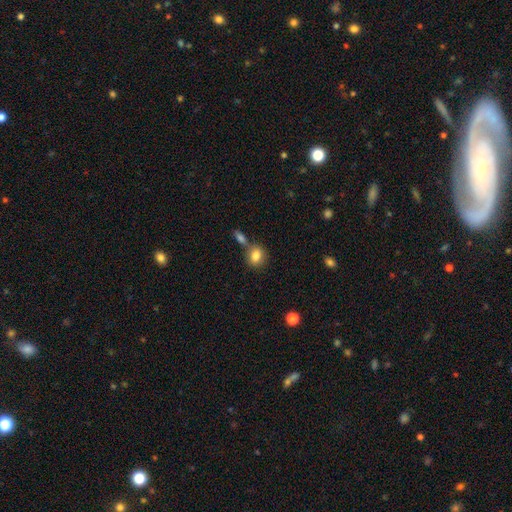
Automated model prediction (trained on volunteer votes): smooth_or_featured: smooth (p=0.83) [alt: star or artifact p=0.09]
how_rounded: round (p=0.55) [alt: in between p=0.44]
merging: none (p=0.61) [alt: merger p=0.23]